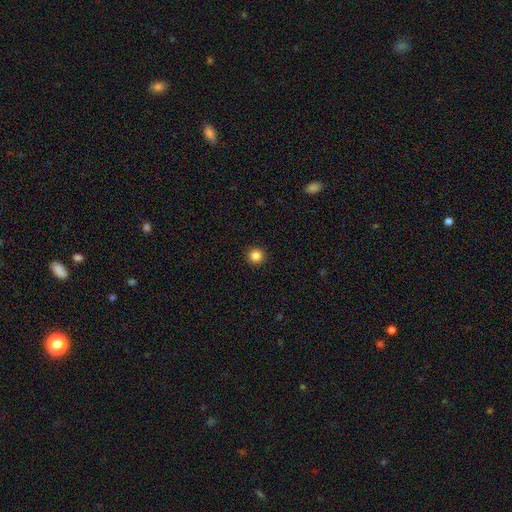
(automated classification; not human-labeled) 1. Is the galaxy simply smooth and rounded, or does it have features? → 86% smooth, 11% star or artifact, 3% featured or disk.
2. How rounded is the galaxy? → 95% round, 4% in between, 1% cigar-shaped.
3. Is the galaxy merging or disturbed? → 93% none, 4% minor disturbance, 2% major disturbance, 1% merger.